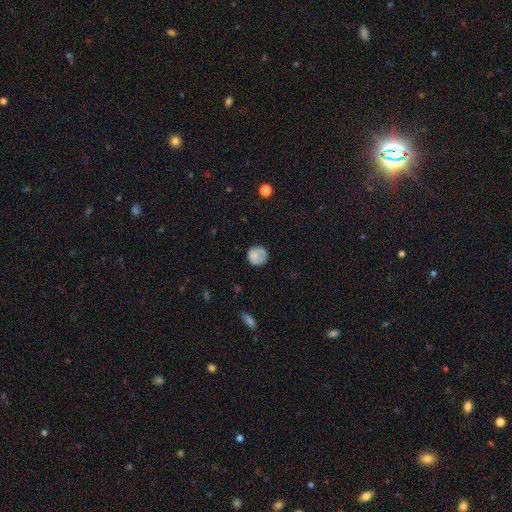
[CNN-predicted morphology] This is likely a smooth galaxy (78%). How rounded: clearly round (89%). Merging: likely none (70%).